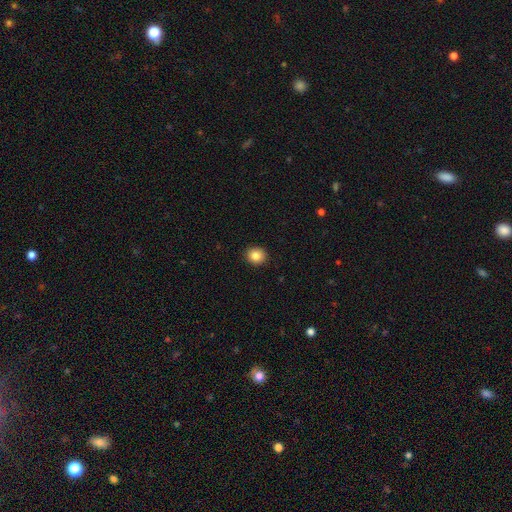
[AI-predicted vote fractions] Overall: smooth (85%). How rounded: round (83%). Merging: none (92%).